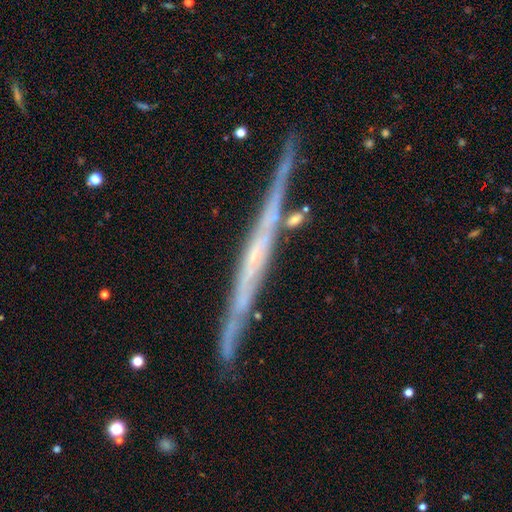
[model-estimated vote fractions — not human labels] Smooth or featured? featured or disk (75%)
Edge-on disk? yes (96%)
Edge-on bulge? none (80%)
Merging? none (83%)